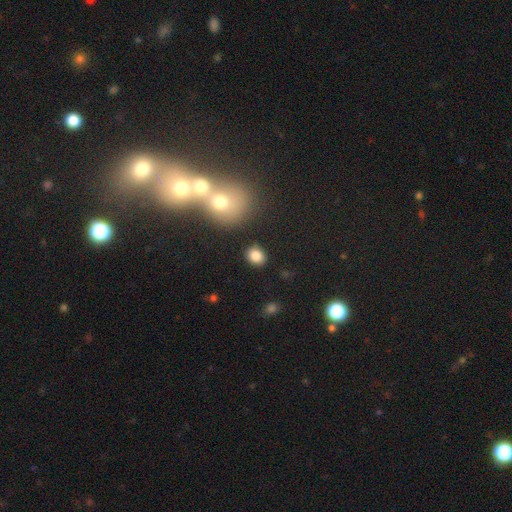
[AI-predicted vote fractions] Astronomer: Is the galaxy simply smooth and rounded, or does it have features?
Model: smooth — 84%.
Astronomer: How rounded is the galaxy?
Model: round — 61% (runner-up: in between, 37%).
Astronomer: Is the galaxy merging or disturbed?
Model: none — 86%.